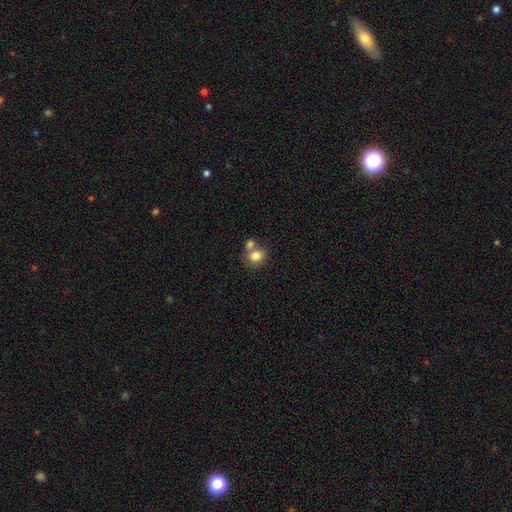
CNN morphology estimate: Smooth or featured: smooth — 82% (star or artifact — 9%)
How rounded: round — 69% (in between — 30%)
Merging: none — 47% (merger — 41%)